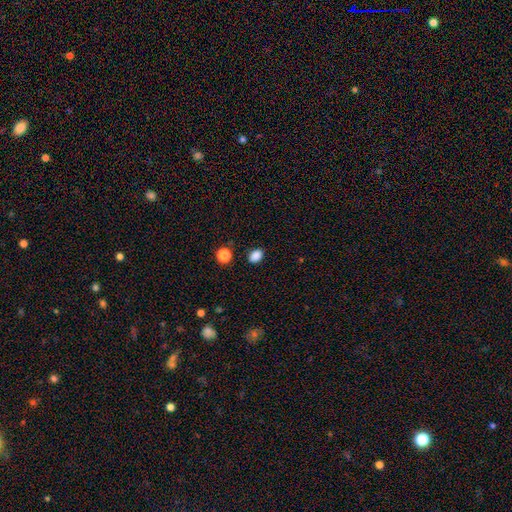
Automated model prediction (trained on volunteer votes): Smooth or featured? Predicted: smooth (p=0.86). How rounded? Predicted: in between (p=0.72). Merging? Predicted: none (p=0.86).